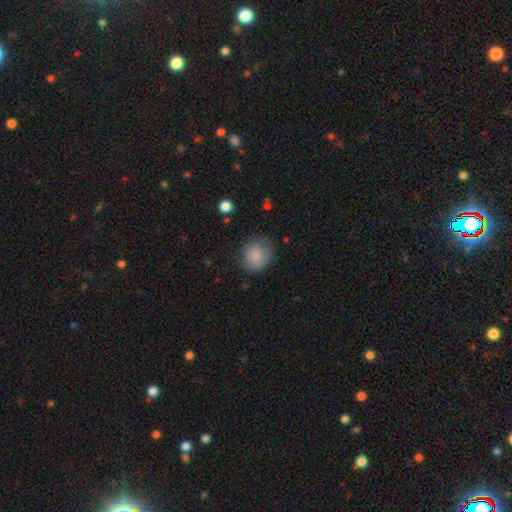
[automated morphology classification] Smooth or featured? smooth (83%)
How rounded? round (78%)
Merging? none (69%)